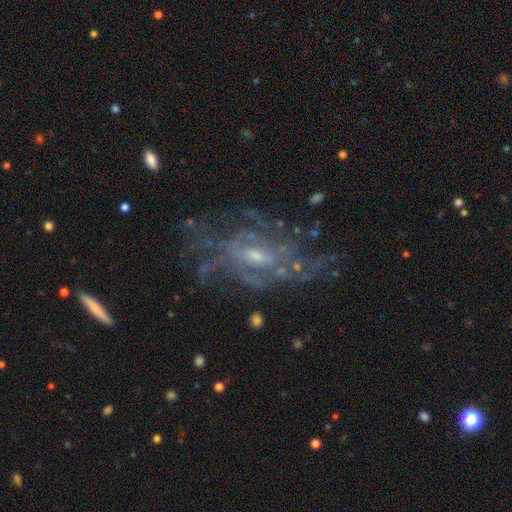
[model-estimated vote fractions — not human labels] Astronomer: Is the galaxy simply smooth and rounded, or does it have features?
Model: featured or disk — 83%.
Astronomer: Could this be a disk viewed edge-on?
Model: no — 95%.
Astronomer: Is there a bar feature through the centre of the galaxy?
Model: weak — 45% (runner-up: no, 43%).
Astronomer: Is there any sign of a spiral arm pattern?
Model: yes — 78%.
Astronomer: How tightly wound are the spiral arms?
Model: medium — 41% (runner-up: tight, 40%).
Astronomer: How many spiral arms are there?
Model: can't tell — 48%.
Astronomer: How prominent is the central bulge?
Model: small — 57% (runner-up: moderate, 35%).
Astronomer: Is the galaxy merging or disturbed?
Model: none — 52%.